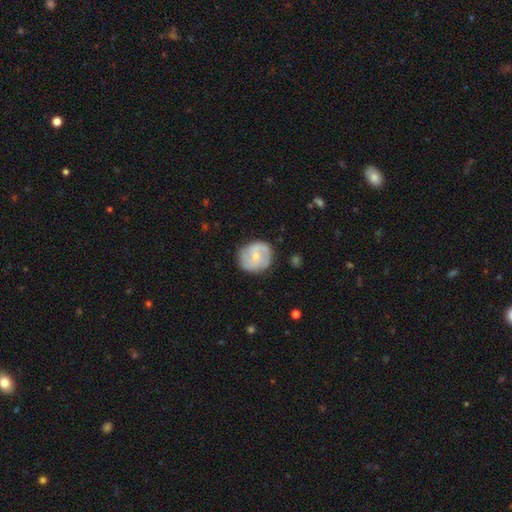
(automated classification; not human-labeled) Q: Smooth or featured?
A: featured or disk (65%); runner-up: smooth (29%)
Q: Edge-on disk?
A: no (98%); runner-up: yes (2%)
Q: Bar?
A: no (60%); runner-up: weak (34%)
Q: Spiral arms?
A: yes (90%); runner-up: no (10%)
Q: Spiral winding?
A: medium (47%); runner-up: tight (33%)
Q: Spiral arm count?
A: 2 (58%); runner-up: 3 (17%)
Q: Bulge size?
A: small (66%); runner-up: moderate (28%)
Q: Merging?
A: none (80%); runner-up: minor disturbance (14%)